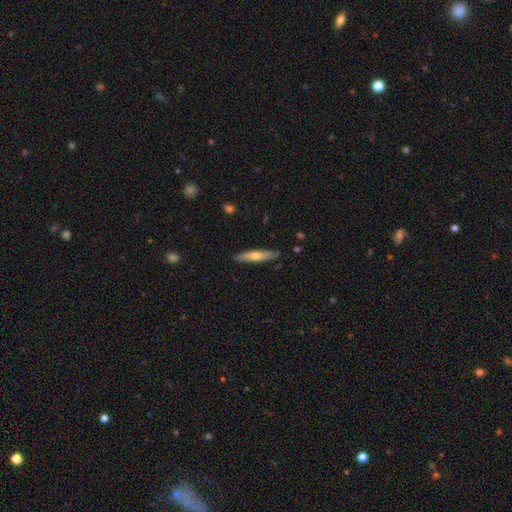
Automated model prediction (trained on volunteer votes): A smooth galaxy with no disk features (55%) that is cigar-shaped (85%).

Vote fractions:
- Smooth or featured? smooth: 55% / featured or disk: 39% / star or artifact: 6%
- How rounded? cigar-shaped: 85% / in between: 14% / round: 2%
- Merging? none: 87% / minor disturbance: 10% / major disturbance: 2% / merger: 1%